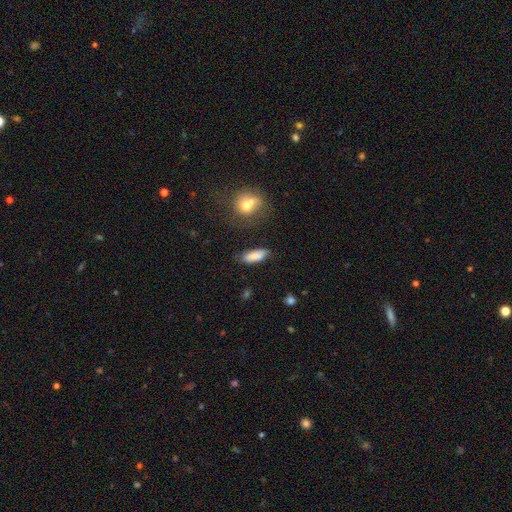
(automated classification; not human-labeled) smooth_or_featured: smooth (p=0.78) [alt: featured or disk p=0.14]
how_rounded: in between (p=0.70) [alt: cigar-shaped p=0.27]
merging: none (p=0.71) [alt: minor disturbance p=0.19]